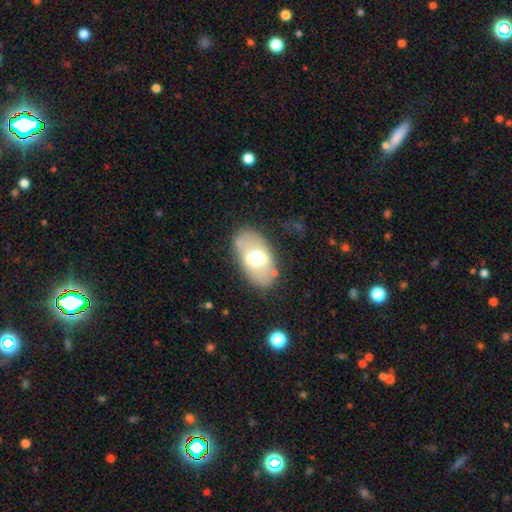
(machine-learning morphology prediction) type=smooth (53%); roundness=in between (91%); merging=none (78%).